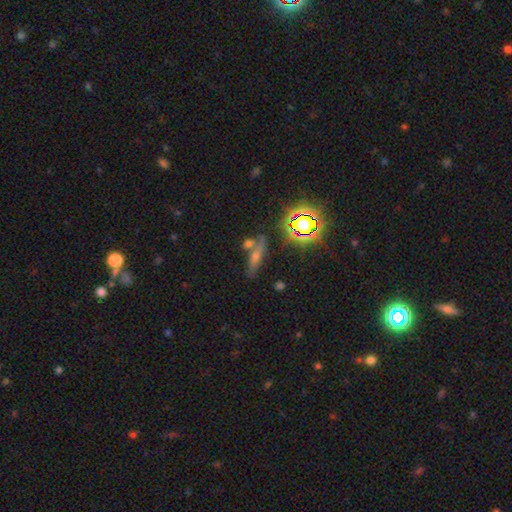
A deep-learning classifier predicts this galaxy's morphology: smooth 42%, star or artifact 34%, featured or disk 24%. Down the decision tree: merging — none (66%).